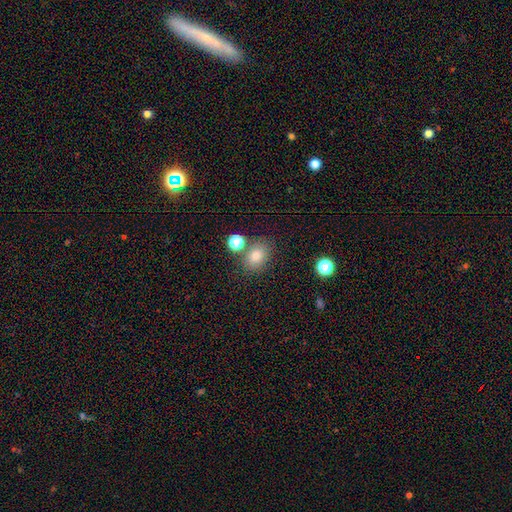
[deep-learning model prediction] A smooth galaxy with no disk features (76%) that is in between round and cigar-shaped (51%).

Vote fractions:
- Smooth or featured? smooth: 76% / star or artifact: 16% / featured or disk: 8%
- How rounded? in between: 51% / round: 48% / cigar-shaped: 1%
- Merging? none: 77% / minor disturbance: 10% / merger: 10% / major disturbance: 3%